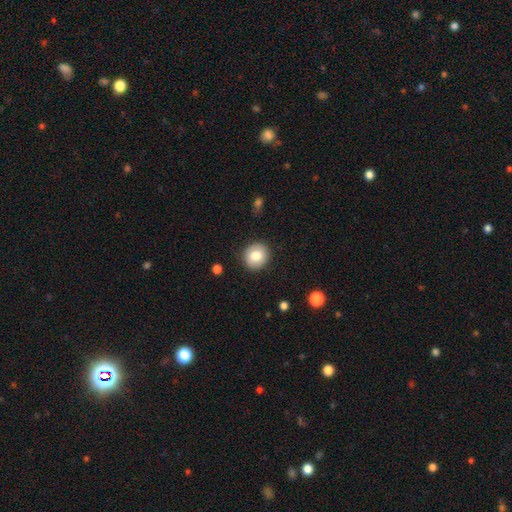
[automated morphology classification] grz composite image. It shows a smooth galaxy with no disk features (79%) that is round (84%). Merging: none (90%).